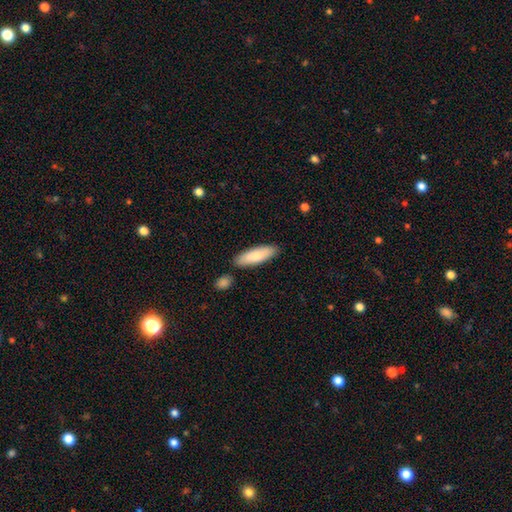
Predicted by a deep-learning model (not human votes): smooth 83%, featured or disk 12%, star or artifact 5%. Down the decision tree: how rounded — cigar-shaped (51%); merging — none (85%).